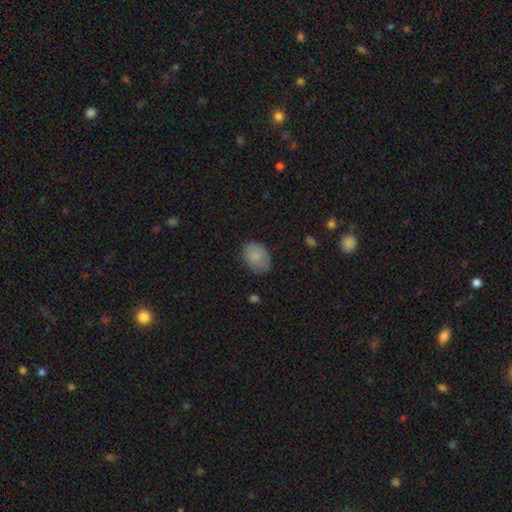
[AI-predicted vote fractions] A smooth galaxy with no disk features (81%) that is in between round and cigar-shaped (74%).

Vote fractions:
- Smooth or featured? smooth: 81% / featured or disk: 11% / star or artifact: 7%
- How rounded? in between: 74% / round: 25% / cigar-shaped: 1%
- Merging? none: 73% / minor disturbance: 21% / major disturbance: 5% / merger: 1%